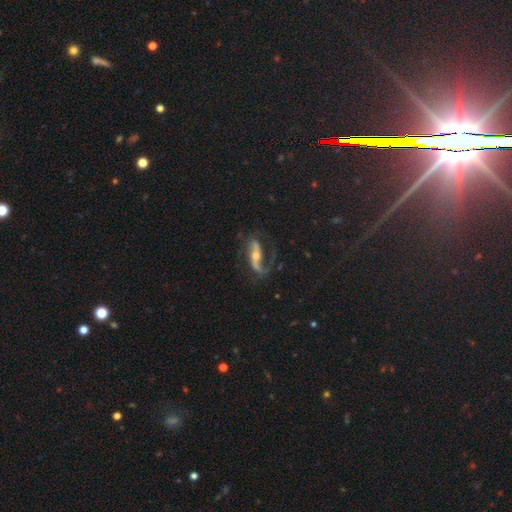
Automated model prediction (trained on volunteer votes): Q: Smooth or featured?
A: featured or disk (82%); runner-up: smooth (10%)
Q: Edge-on disk?
A: no (88%); runner-up: yes (12%)
Q: Bar?
A: strong (40%); runner-up: no (33%)
Q: Spiral arms?
A: yes (92%); runner-up: no (8%)
Q: Spiral winding?
A: loose (54%); runner-up: medium (33%)
Q: Spiral arm count?
A: 2 (70%); runner-up: 1 (23%)
Q: Bulge size?
A: moderate (53%); runner-up: small (40%)
Q: Merging?
A: none (55%); runner-up: major disturbance (24%)